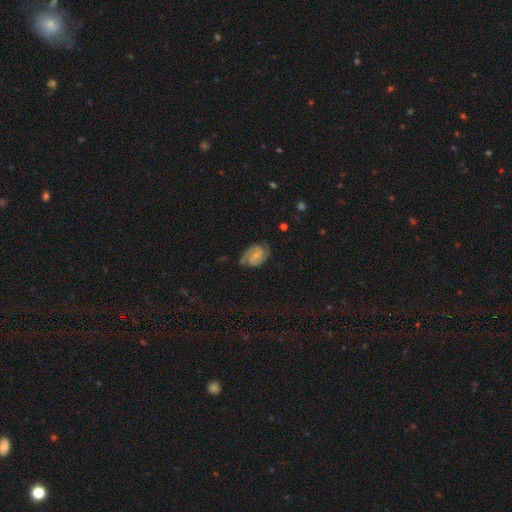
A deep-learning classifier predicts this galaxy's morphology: smooth-or-featured: featured or disk: 70% | smooth: 21% | star or artifact: 8%
  disk-edge-on: no: 97% | yes: 3%
    bar: no: 47% | weak: 43% | strong: 11%
    has-spiral-arms: yes: 94% | no: 6%
      spiral-winding: medium: 44% | tight: 39% | loose: 16%
      spiral-arm-count: 2: 80% | can't tell: 9% | 1: 6% | 3: 3% | 4: 1% | more than 4: 1%
    bulge-size: small: 55% | none: 24% | moderate: 18% | large: 2% | dominant: 1%
  merging: none: 65% | minor disturbance: 23% | major disturbance: 10% | merger: 2%